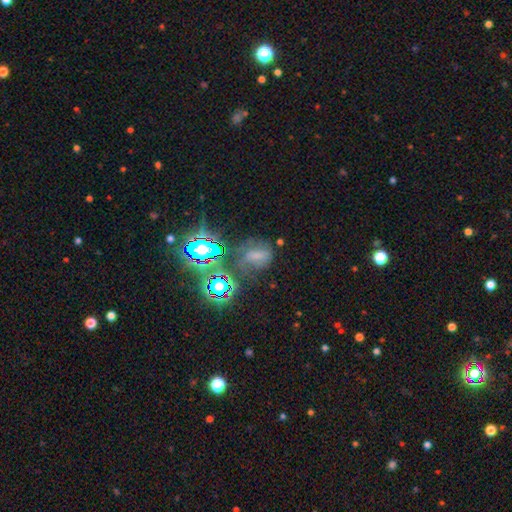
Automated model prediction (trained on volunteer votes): smooth 39%, star or artifact 37%, featured or disk 24%. Down the decision tree: merging — none (50%).